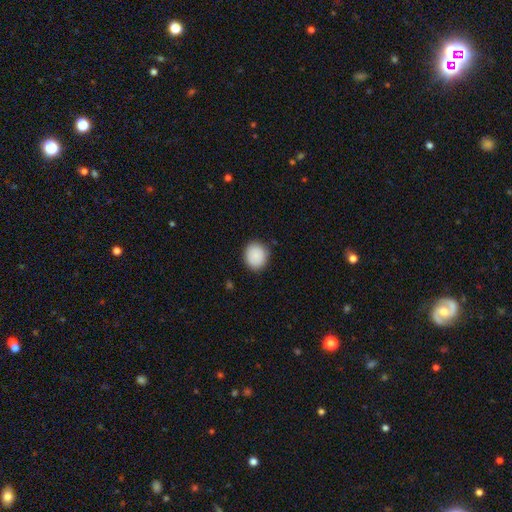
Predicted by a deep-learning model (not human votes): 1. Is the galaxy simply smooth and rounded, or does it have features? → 89% smooth, 7% star or artifact, 4% featured or disk.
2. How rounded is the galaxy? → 73% round, 26% in between, 1% cigar-shaped.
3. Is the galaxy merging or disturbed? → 86% none, 10% minor disturbance, 2% major disturbance, 1% merger.